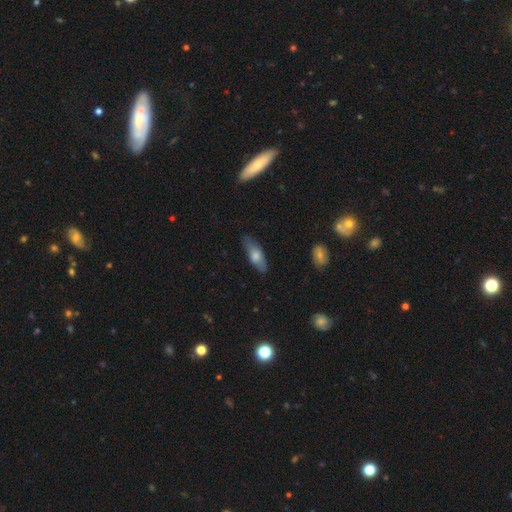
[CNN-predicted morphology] Q: Smooth or featured?
A: smooth (64%); runner-up: featured or disk (30%)
Q: How rounded?
A: in between (59%); runner-up: cigar-shaped (38%)
Q: Merging?
A: none (80%); runner-up: minor disturbance (15%)